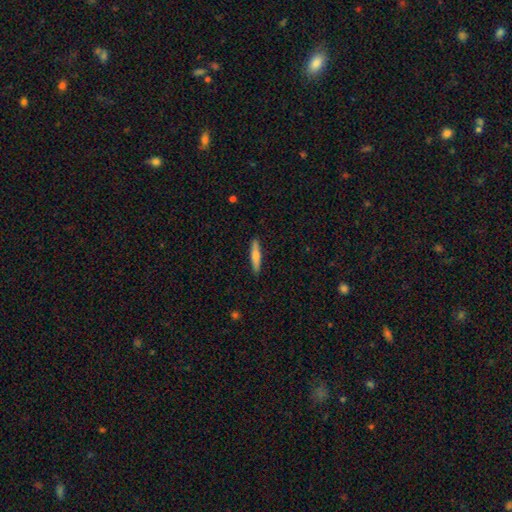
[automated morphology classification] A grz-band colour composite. It shows a smooth galaxy with no disk features (66%) that is cigar-shaped (88%). Merging: none (89%).